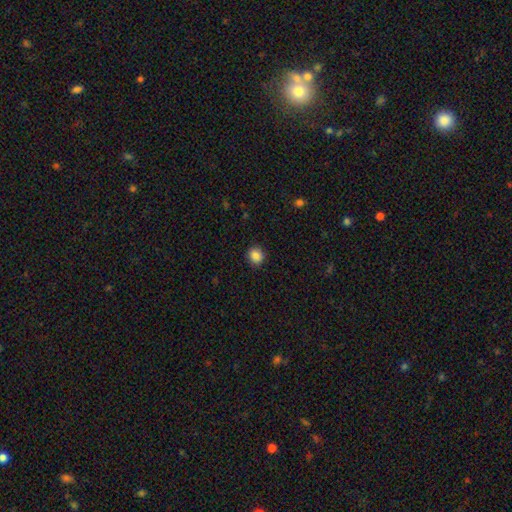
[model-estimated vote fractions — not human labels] This is clearly a smooth galaxy (87%). How rounded: clearly round (81%). Merging: clearly none (90%).